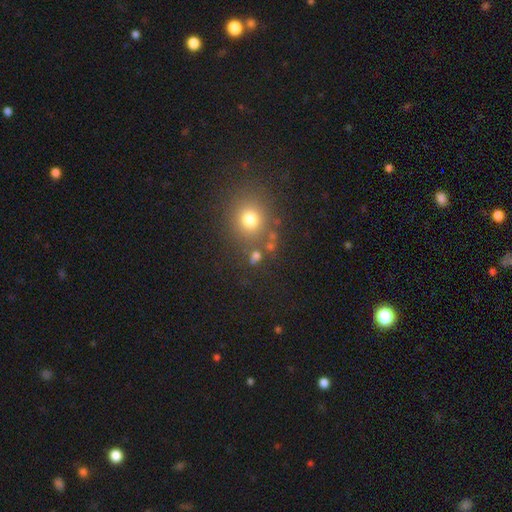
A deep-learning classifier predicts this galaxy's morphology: Smooth or featured?
  - smooth: 65% *
  - star or artifact: 25%
  - featured or disk: 9%
How rounded?
  - round: 78% *
  - in between: 21%
  - cigar-shaped: 2%
Merging?
  - none: 71% *
  - merger: 13%
  - minor disturbance: 10%
  - major disturbance: 6%